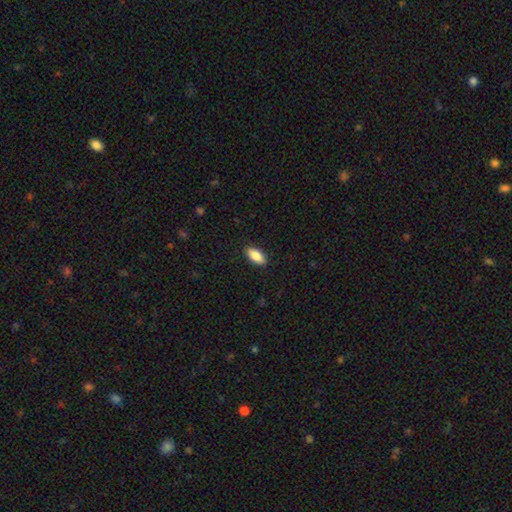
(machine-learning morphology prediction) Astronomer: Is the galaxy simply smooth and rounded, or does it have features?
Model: smooth — 87%.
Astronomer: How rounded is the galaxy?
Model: in between — 89%.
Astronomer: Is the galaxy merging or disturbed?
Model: none — 89%.